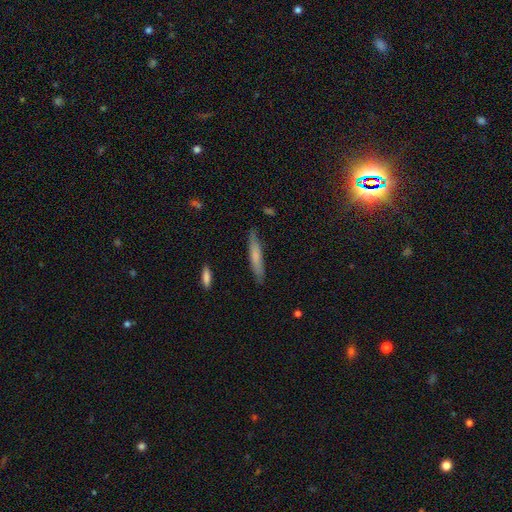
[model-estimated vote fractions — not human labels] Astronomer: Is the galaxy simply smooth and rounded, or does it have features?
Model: smooth — 66%.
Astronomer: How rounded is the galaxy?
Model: cigar-shaped — 91%.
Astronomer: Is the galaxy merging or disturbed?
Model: none — 84%.